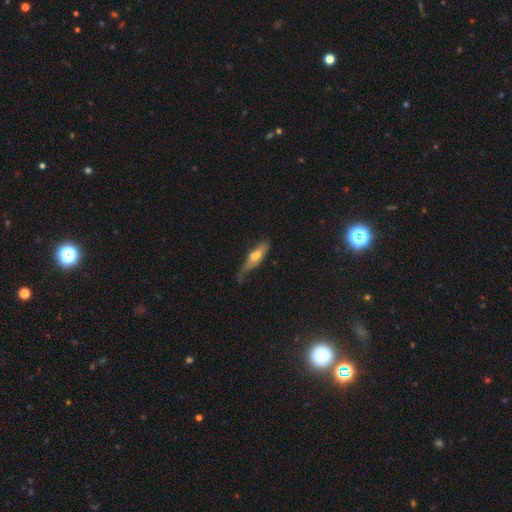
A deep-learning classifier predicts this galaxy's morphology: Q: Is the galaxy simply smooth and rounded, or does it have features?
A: smooth — 54%.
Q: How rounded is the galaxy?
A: cigar-shaped — 50%.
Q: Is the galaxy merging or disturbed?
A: minor disturbance — 37%.